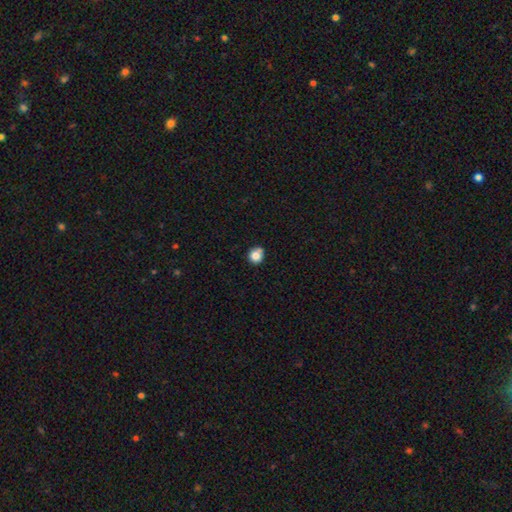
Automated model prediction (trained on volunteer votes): Q: Smooth or featured?
A: smooth (82%); runner-up: star or artifact (11%)
Q: How rounded?
A: round (91%); runner-up: in between (8%)
Q: Merging?
A: none (71%); runner-up: minor disturbance (15%)